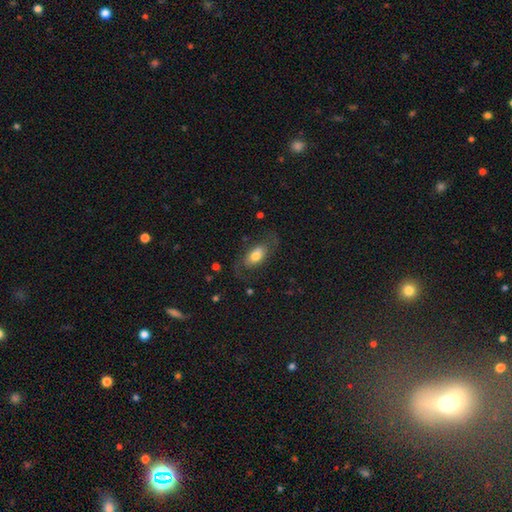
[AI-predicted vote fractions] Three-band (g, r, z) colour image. It shows a smooth galaxy with no disk features (49%). Merging: none (64%).